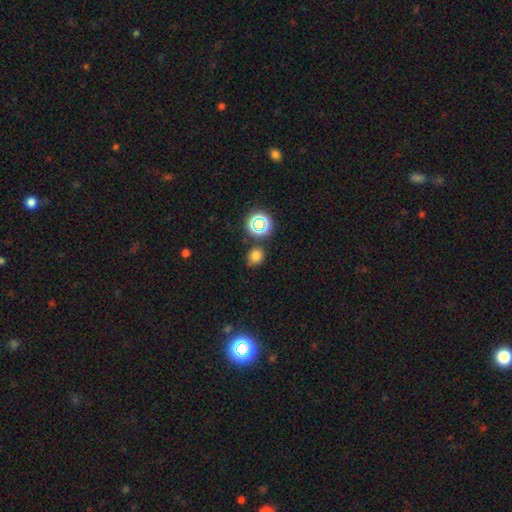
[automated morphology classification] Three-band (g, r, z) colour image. It shows a smooth galaxy with no disk features (71%) that is round (75%). Merging: none (78%).